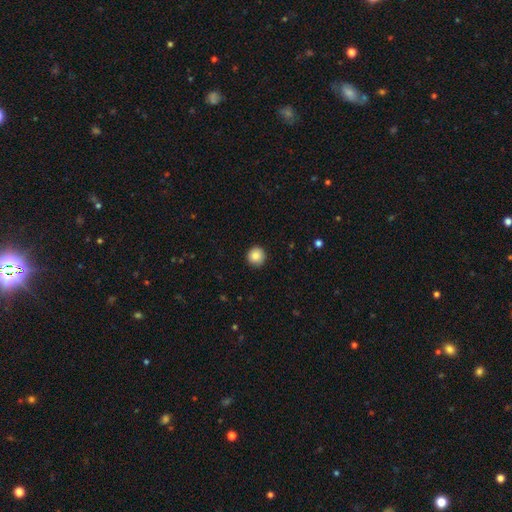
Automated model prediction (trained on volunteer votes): The model was most divided on "smooth or featured": smooth: 87%, star or artifact: 9%, featured or disk: 5%. More confident: how rounded — round (93%); merging — none (91%).